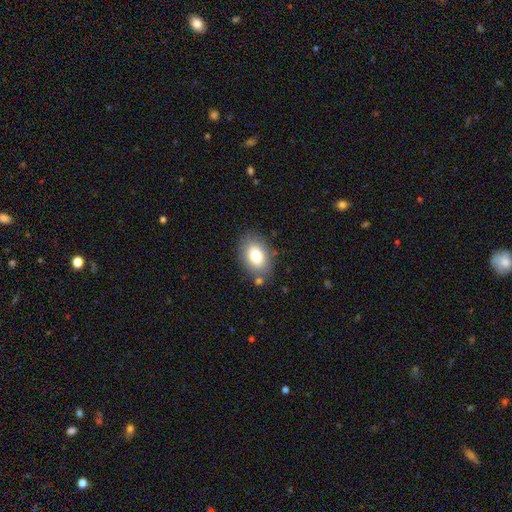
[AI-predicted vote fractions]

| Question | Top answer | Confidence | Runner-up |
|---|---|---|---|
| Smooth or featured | smooth | 80% | featured or disk (12%) |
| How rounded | in between | 86% | round (13%) |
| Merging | none | 78% | minor disturbance (14%) |